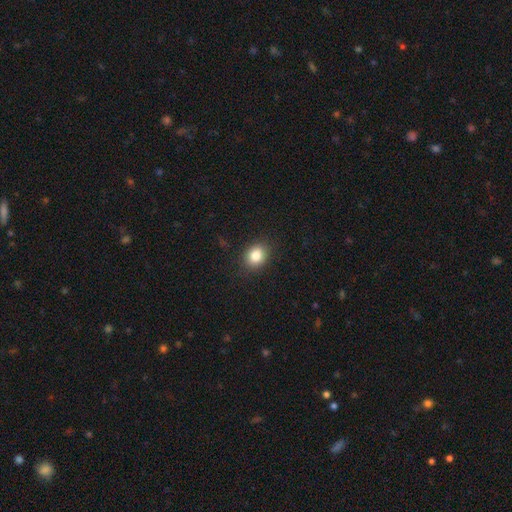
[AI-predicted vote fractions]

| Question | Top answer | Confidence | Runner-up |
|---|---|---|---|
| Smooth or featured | smooth | 83% | star or artifact (10%) |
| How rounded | round | 60% | in between (39%) |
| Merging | none | 88% | minor disturbance (9%) |